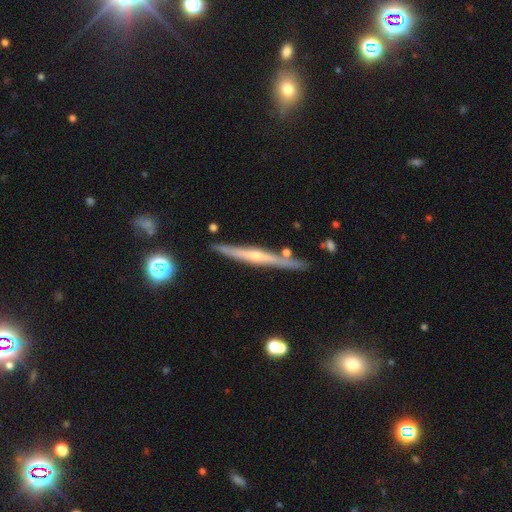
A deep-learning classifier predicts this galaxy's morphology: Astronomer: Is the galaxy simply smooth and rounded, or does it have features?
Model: featured or disk — 72%.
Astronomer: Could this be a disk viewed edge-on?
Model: yes — 96%.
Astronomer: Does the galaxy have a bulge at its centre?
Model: rounded — 66%.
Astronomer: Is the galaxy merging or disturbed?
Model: none — 82%.